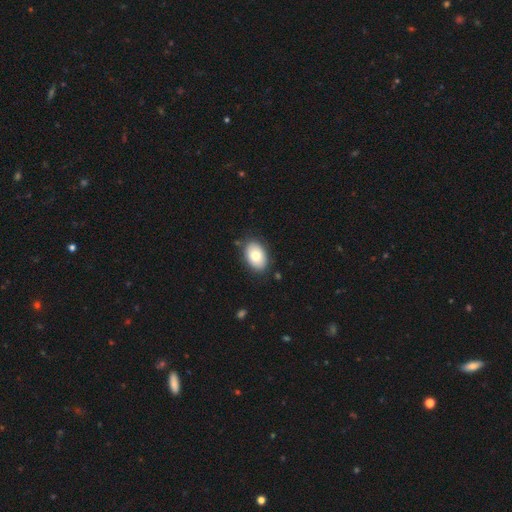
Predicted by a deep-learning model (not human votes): smooth-or-featured: smooth: 76% | featured or disk: 17% | star or artifact: 7%
  how-rounded: in between: 89% | round: 10% | cigar-shaped: 1%
  merging: none: 85% | minor disturbance: 10% | major disturbance: 2% | merger: 2%